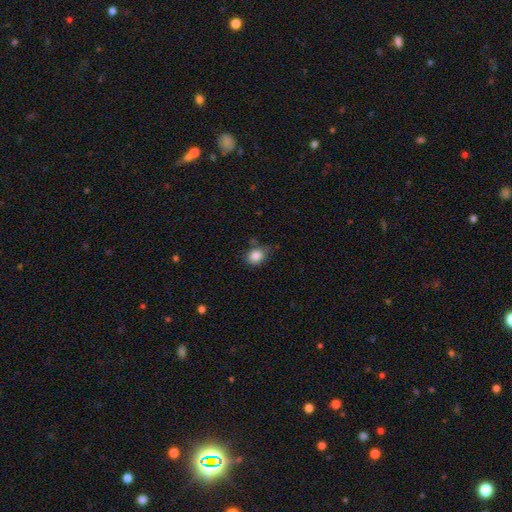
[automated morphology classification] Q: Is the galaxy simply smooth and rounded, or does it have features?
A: smooth — 86%.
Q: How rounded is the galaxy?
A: round — 54%.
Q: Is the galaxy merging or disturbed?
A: none — 63%.